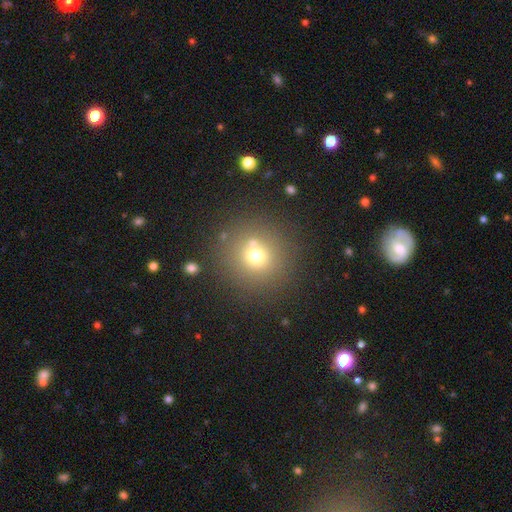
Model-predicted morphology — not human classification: Overall: smooth (68%). How rounded: round (93%). Merging: none (78%).